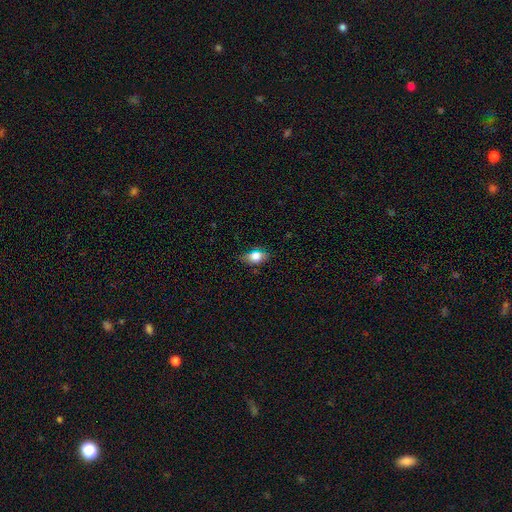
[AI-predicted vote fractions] Morphology: type=smooth (74%); roundness=in between (80%); merging=none (75%).